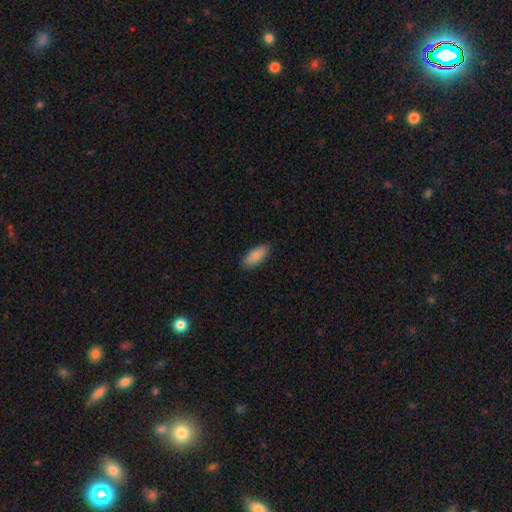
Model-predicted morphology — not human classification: smooth-or-featured: smooth: 88% | star or artifact: 6% | featured or disk: 5%
  how-rounded: in between: 85% | cigar-shaped: 14% | round: 2%
  merging: none: 84% | minor disturbance: 12% | major disturbance: 2% | merger: 1%